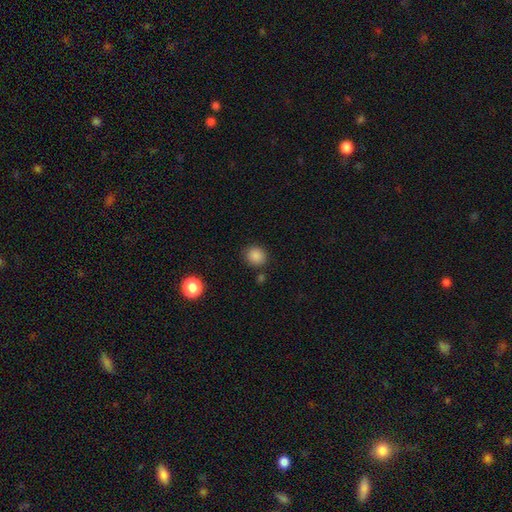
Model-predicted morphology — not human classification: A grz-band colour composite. It shows a smooth galaxy with no disk features (86%) that is round (80%). Merging: none (84%).